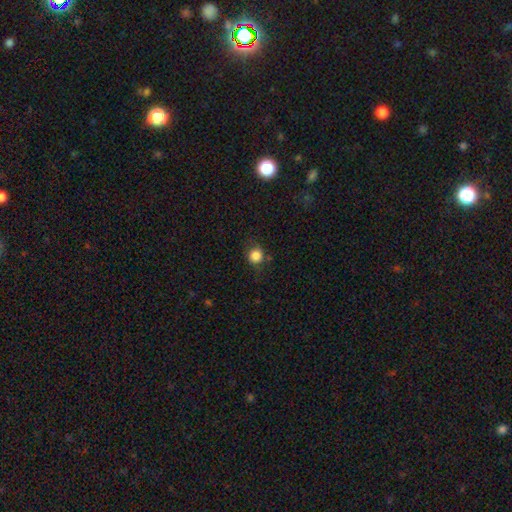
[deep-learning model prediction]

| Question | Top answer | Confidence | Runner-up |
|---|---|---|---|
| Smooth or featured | smooth | 83% | star or artifact (11%) |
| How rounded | round | 85% | in between (14%) |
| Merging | none | 78% | minor disturbance (16%) |